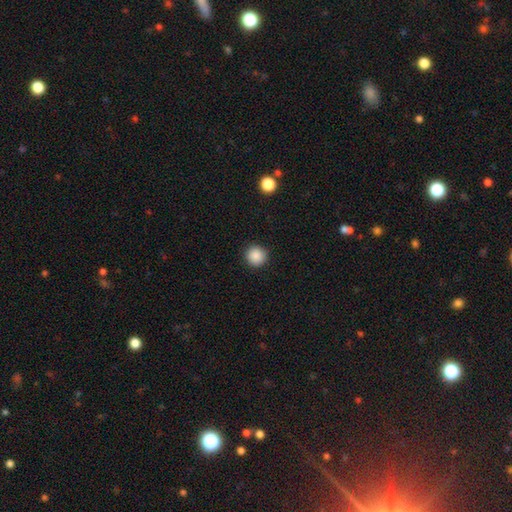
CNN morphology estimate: Smooth or featured? smooth (88%)
How rounded? round (95%)
Merging? none (92%)